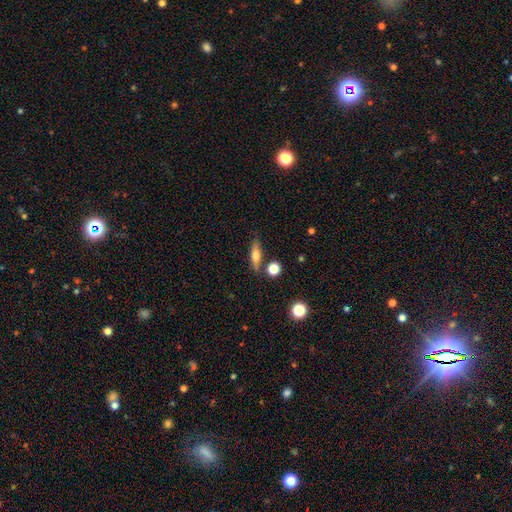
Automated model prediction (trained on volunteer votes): Q: Smooth or featured?
A: smooth (55%); runner-up: featured or disk (37%)
Q: How rounded?
A: cigar-shaped (58%); runner-up: in between (36%)
Q: Merging?
A: none (78%); runner-up: minor disturbance (12%)